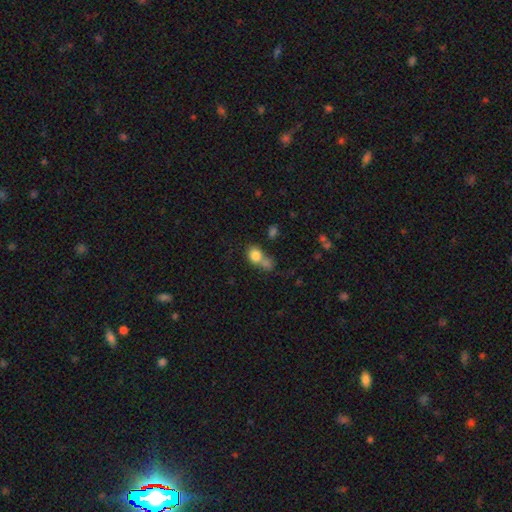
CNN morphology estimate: smooth-or-featured: smooth: 80% | star or artifact: 10% | featured or disk: 10%
  how-rounded: round: 60% | in between: 38% | cigar-shaped: 2%
  merging: merger: 45% | none: 34% | minor disturbance: 12% | major disturbance: 8%